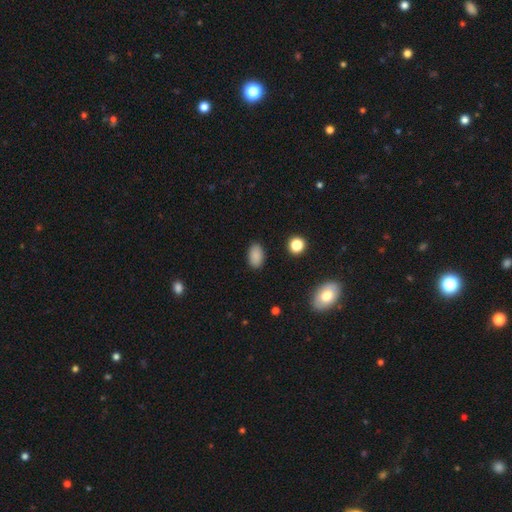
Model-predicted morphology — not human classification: Smooth or featured? smooth (87%)
How rounded? in between (90%)
Merging? none (88%)